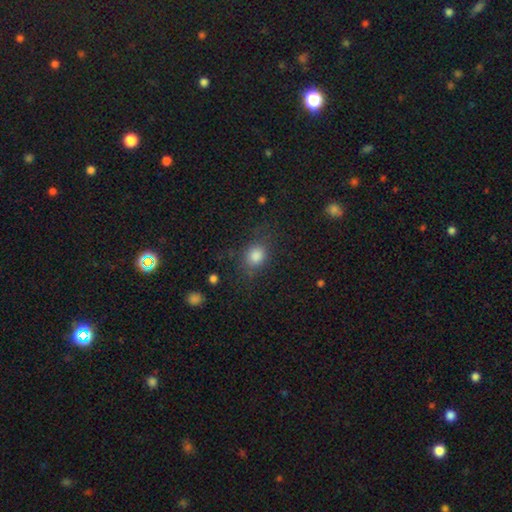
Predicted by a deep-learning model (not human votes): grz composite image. It shows a smooth galaxy with no disk features (82%) that is round (61%). Merging: none (74%).